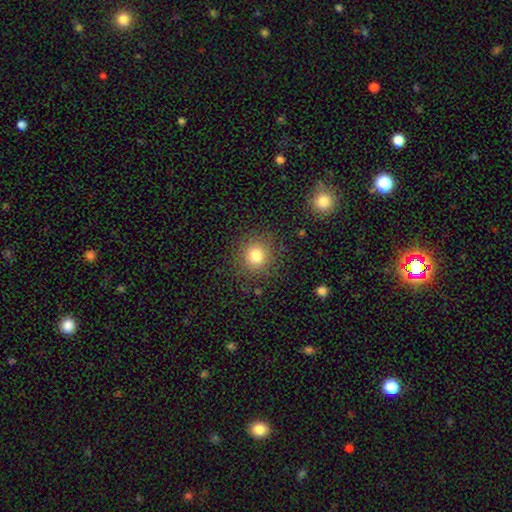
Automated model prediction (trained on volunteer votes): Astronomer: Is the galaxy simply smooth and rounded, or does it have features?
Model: smooth — 80%.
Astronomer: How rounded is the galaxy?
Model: round — 90%.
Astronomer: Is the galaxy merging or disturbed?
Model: none — 87%.